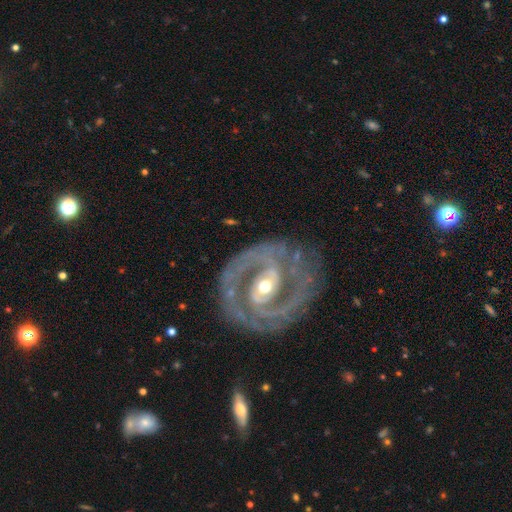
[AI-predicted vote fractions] This is clearly a featured or disk galaxy (90%). It is clearly not viewed edge-on (97%). Bar: marginally strong (39%). Spiral arm pattern: clearly yes (95%). Spiral arm count: likely 2 (80%). Spiral winding: possibly tight (57%). Central bulge: possibly moderate (49%). Merging: likely none (75%).